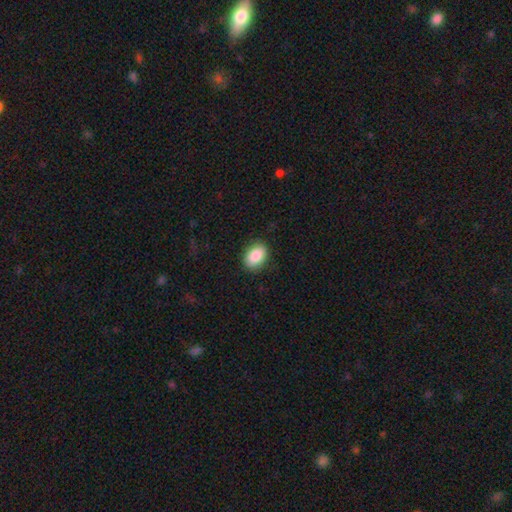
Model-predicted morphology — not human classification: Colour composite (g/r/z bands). It shows a smooth galaxy with no disk features (88%) that is in between round and cigar-shaped (81%). Merging: none (88%).